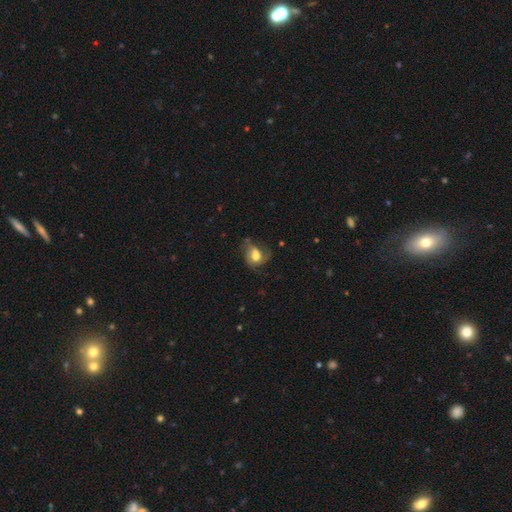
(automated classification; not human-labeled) Smooth or featured: featured or disk — 47% (smooth — 44%)
Merging: none — 40% (major disturbance — 28%)